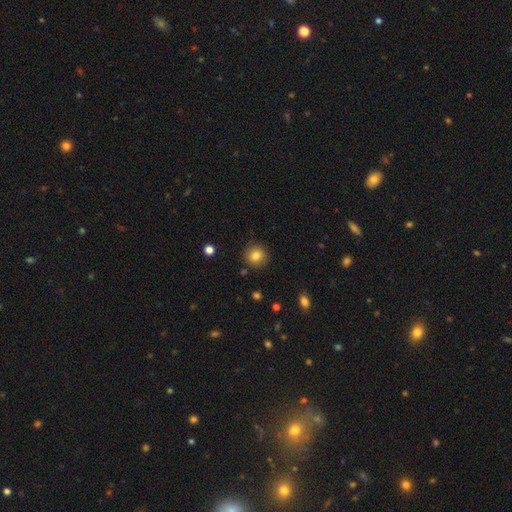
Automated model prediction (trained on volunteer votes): smooth_or_featured: smooth (p=0.82) [alt: star or artifact p=0.10]
how_rounded: round (p=0.92) [alt: in between p=0.07]
merging: none (p=0.88) [alt: minor disturbance p=0.08]